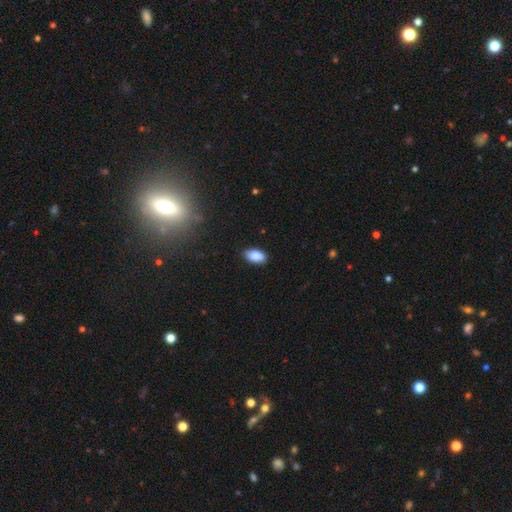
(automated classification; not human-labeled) A smooth galaxy with no disk features (88%) that is in between round and cigar-shaped (93%). Merging: none (86%).